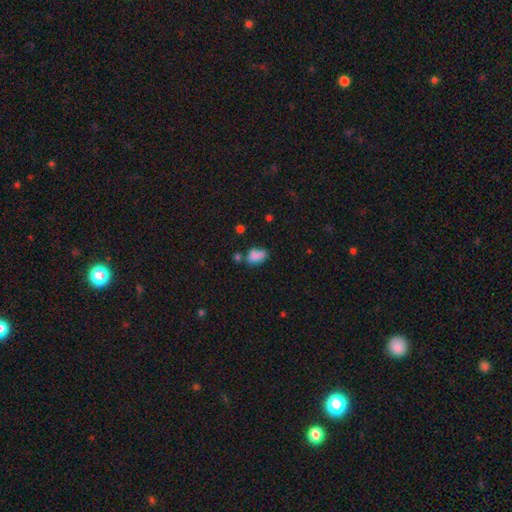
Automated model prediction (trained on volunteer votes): Smooth or featured? Predicted: smooth (p=0.79). How rounded? Predicted: in between (p=0.86). Merging? Predicted: none (p=0.44).